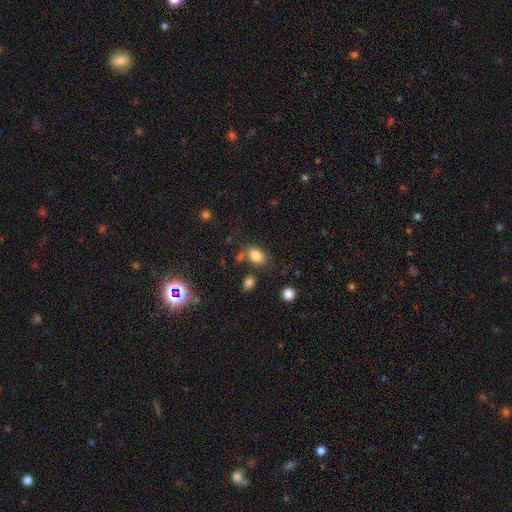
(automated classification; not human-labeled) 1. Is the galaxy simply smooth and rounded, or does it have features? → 82% smooth, 11% star or artifact, 7% featured or disk.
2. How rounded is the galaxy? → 81% in between, 18% round, 1% cigar-shaped.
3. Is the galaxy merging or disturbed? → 66% none, 16% minor disturbance, 12% merger, 6% major disturbance.